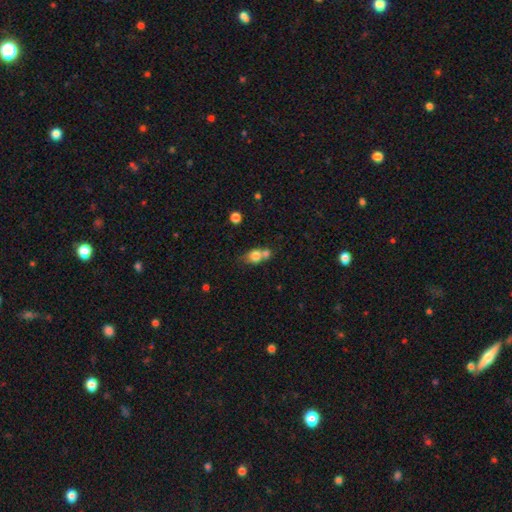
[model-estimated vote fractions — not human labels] This is likely a smooth galaxy (76%). How rounded: possibly round (51%). Merging: possibly merger (50%).